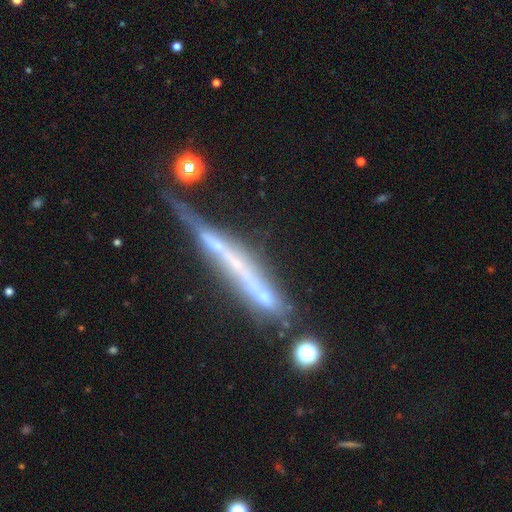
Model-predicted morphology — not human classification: Smooth or featured? featured or disk (70%)
Edge-on disk? yes (90%)
Edge-on bulge? none (83%)
Merging? none (54%)